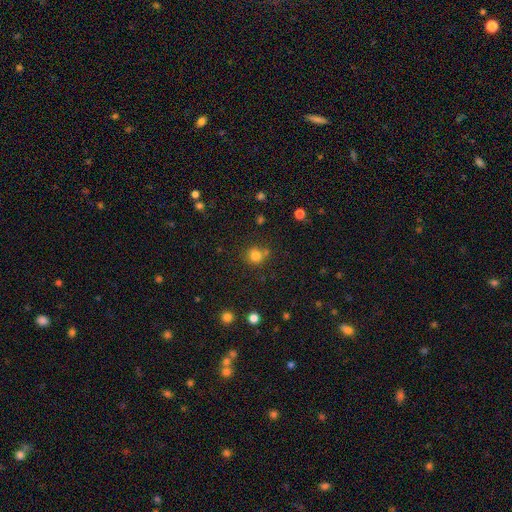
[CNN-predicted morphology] Smooth or featured: smooth — 80% (star or artifact — 14%)
How rounded: round — 89% (in between — 11%)
Merging: none — 68% (merger — 18%)